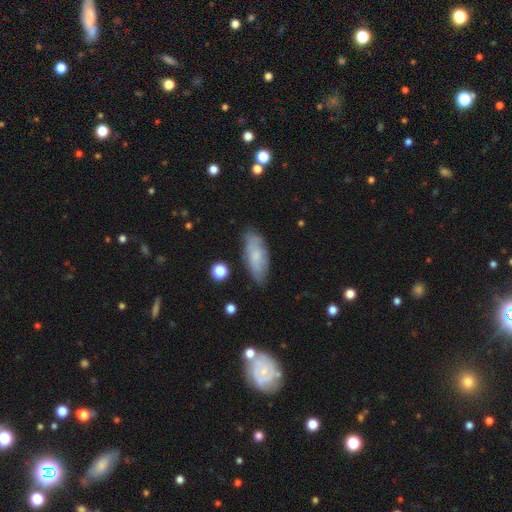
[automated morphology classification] This is likely a smooth galaxy (65%). How rounded: likely in between (77%). Merging: likely none (74%).